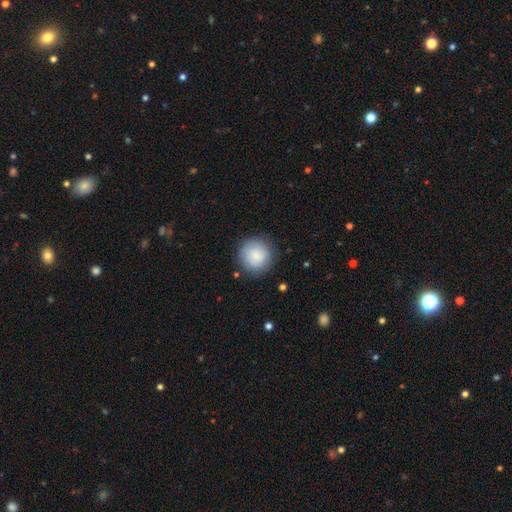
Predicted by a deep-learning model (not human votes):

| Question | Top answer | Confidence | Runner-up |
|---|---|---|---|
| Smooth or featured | smooth | 84% | featured or disk (9%) |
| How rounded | round | 94% | in between (5%) |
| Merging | none | 84% | minor disturbance (11%) |